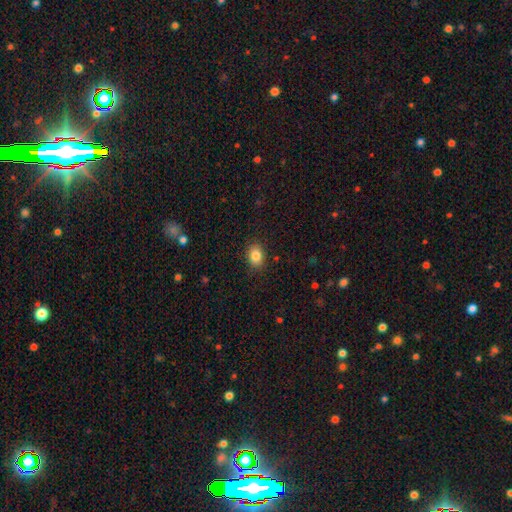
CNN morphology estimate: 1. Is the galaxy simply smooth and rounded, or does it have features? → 85% smooth, 9% star or artifact, 6% featured or disk.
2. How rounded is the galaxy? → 69% in between, 30% round, 1% cigar-shaped.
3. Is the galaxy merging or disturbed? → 87% none, 10% minor disturbance, 3% major disturbance, 1% merger.